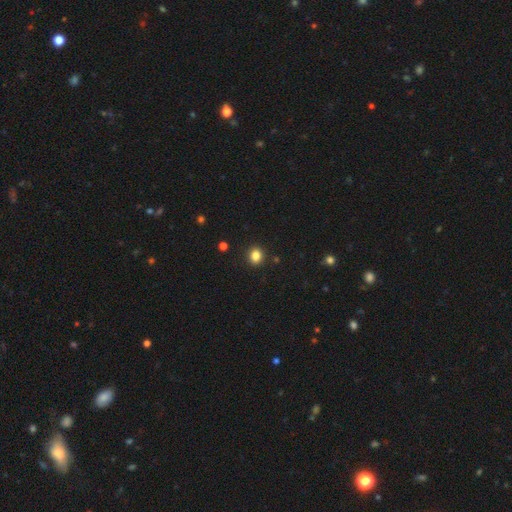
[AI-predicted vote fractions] Smooth or featured? Predicted: smooth (p=0.84). How rounded? Predicted: round (p=0.69). Merging? Predicted: none (p=0.91).